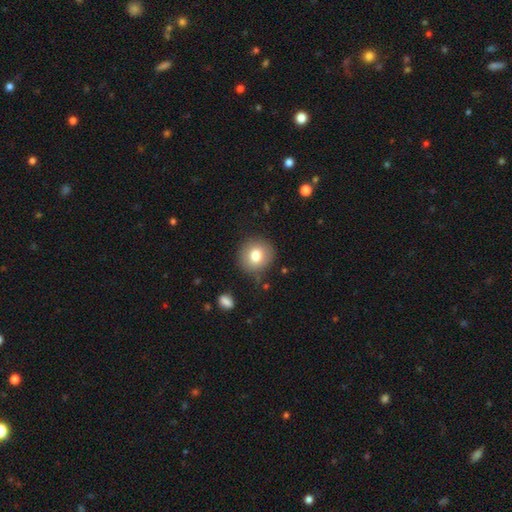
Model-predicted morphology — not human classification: This is likely a smooth galaxy (77%). How rounded: clearly round (91%). Merging: clearly none (85%).